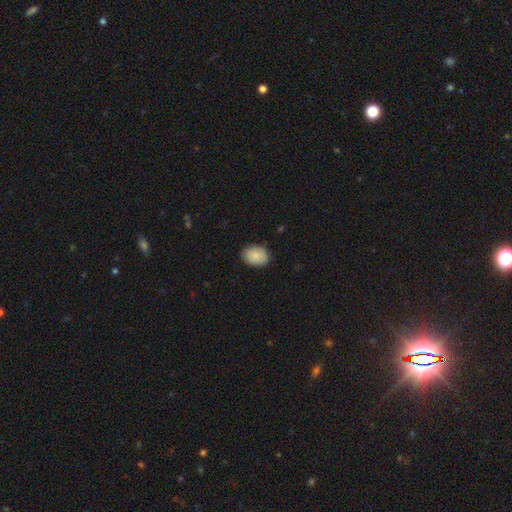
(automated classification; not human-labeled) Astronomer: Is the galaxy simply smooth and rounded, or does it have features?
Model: smooth — 86%.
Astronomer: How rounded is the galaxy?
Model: in between — 72%.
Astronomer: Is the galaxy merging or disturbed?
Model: none — 82%.